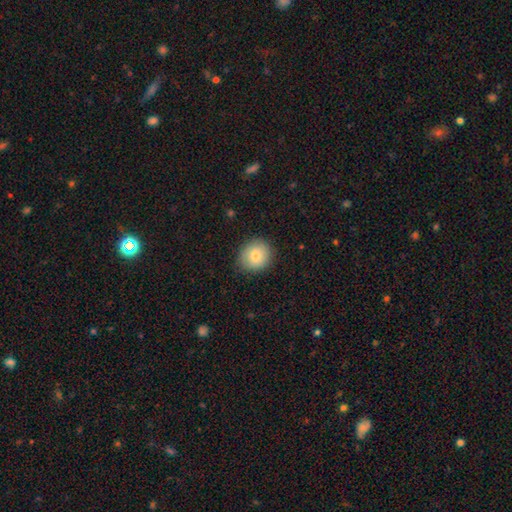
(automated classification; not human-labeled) smooth_or_featured: smooth (p=0.81) [alt: featured or disk p=0.11]
how_rounded: round (p=0.80) [alt: in between p=0.19]
merging: none (p=0.85) [alt: minor disturbance p=0.11]